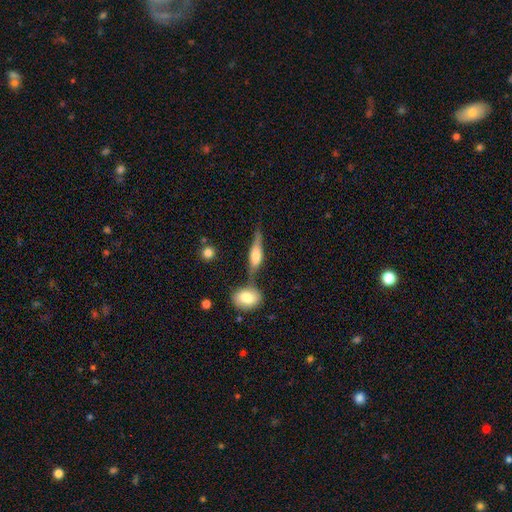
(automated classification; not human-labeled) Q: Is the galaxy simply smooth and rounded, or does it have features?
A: featured or disk — 50%.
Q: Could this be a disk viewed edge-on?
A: yes — 89%.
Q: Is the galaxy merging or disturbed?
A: none — 56%.